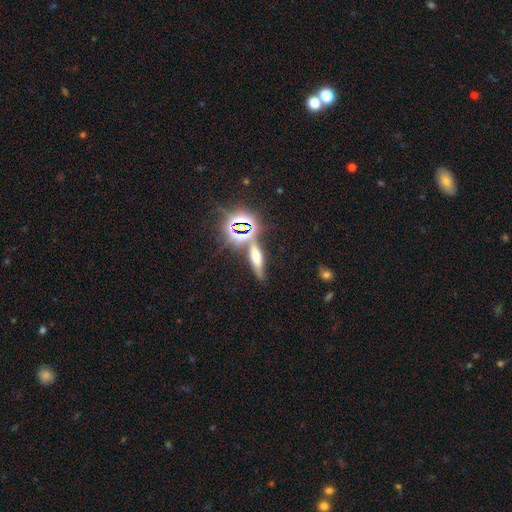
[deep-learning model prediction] Smooth or featured? smooth (42%)
Merging? none (69%)